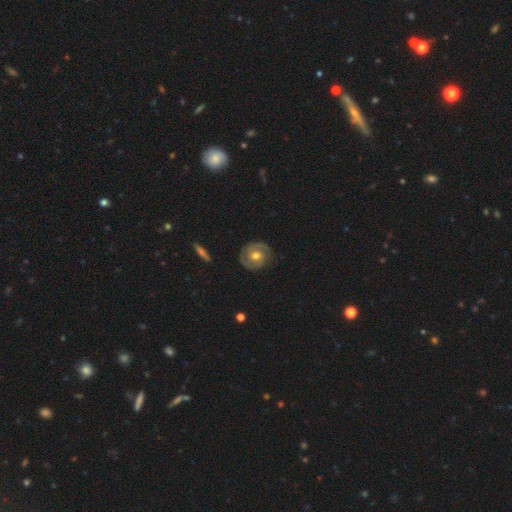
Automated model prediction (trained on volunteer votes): Smooth or featured?
  - featured or disk: 84% *
  - smooth: 11%
  - star or artifact: 5%
Edge-on disk?
  - no: 97% *
  - yes: 3%
Bar?
  - no: 64% *
  - weak: 28%
  - strong: 8%
Spiral arms?
  - yes: 94% *
  - no: 6%
Spiral winding?
  - tight: 64% *
  - medium: 30%
  - loose: 6%
Spiral arm count?
  - 2: 86% *
  - can't tell: 5%
  - 3: 3%
  - 1: 2%
  - 4: 1%
  - more than 4: 1%
Bulge size?
  - moderate: 79% *
  - small: 13%
  - large: 6%
  - none: 1%
  - dominant: 1%
Merging?
  - none: 86% *
  - minor disturbance: 10%
  - major disturbance: 3%
  - merger: 1%